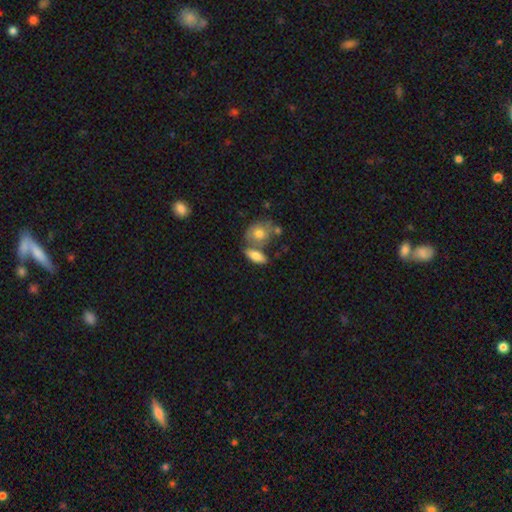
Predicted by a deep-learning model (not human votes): smooth 74%, featured or disk 19%, star or artifact 7%. Down the decision tree: how rounded — in between (73%); merging — none (53%).